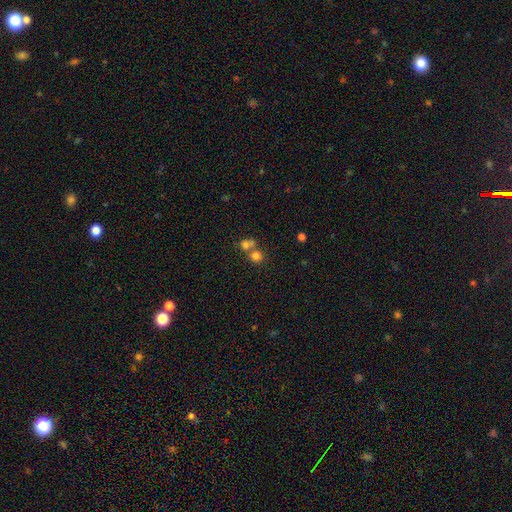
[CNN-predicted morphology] type=smooth (75%); roundness=round (82%); merging=merger (47%).